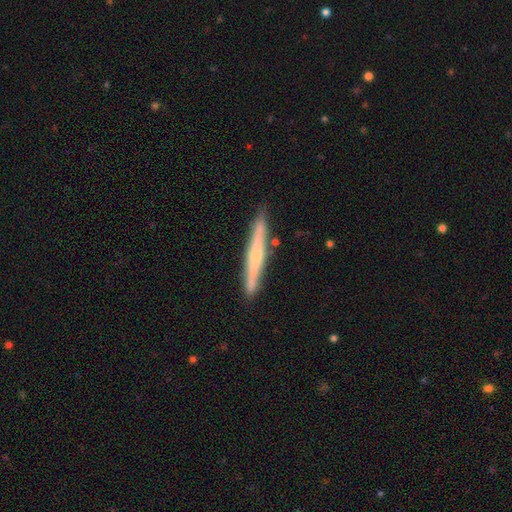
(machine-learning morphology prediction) smooth_or_featured: featured or disk (p=0.49) [alt: smooth p=0.45]
merging: none (p=0.88) [alt: minor disturbance p=0.09]